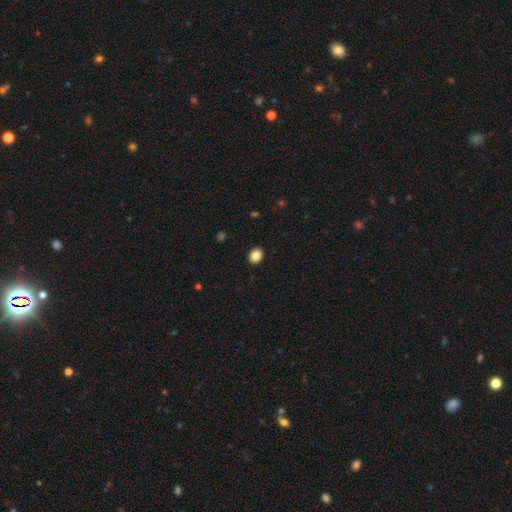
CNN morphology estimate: Smooth or featured?
  - smooth: 86% *
  - star or artifact: 10%
  - featured or disk: 4%
How rounded?
  - round: 62% *
  - in between: 37%
  - cigar-shaped: 1%
Merging?
  - none: 91% *
  - minor disturbance: 6%
  - major disturbance: 2%
  - merger: 1%